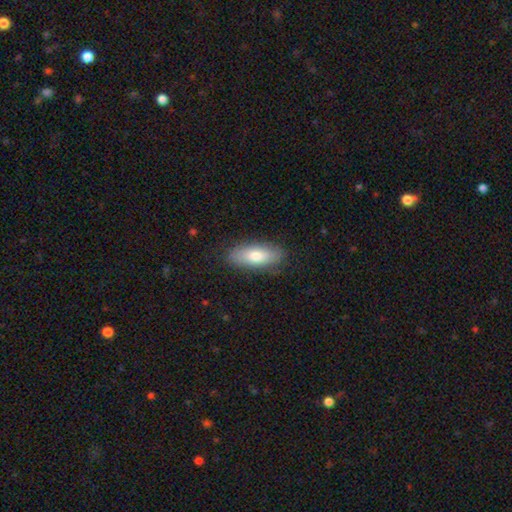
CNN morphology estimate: The model was most divided on "how rounded": in between: 74%, cigar-shaped: 23%, round: 3%. More confident: merging — none (86%); smooth or featured — smooth (75%).